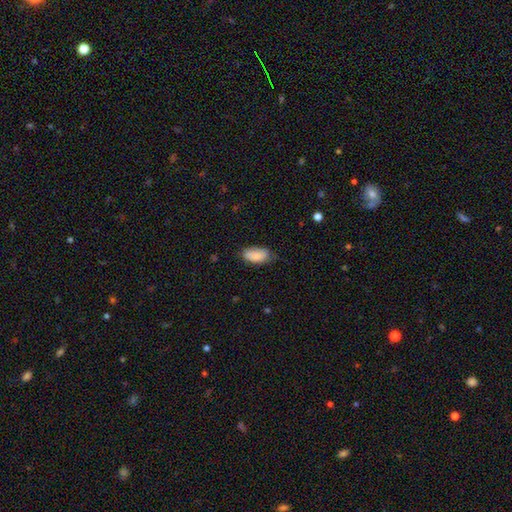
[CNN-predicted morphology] A smooth galaxy with no disk features (81%) that is in between round and cigar-shaped (93%).

Vote fractions:
- Smooth or featured? smooth: 81% / featured or disk: 12% / star or artifact: 6%
- How rounded? in between: 93% / cigar-shaped: 4% / round: 3%
- Merging? none: 65% / minor disturbance: 29% / major disturbance: 5% / merger: 1%